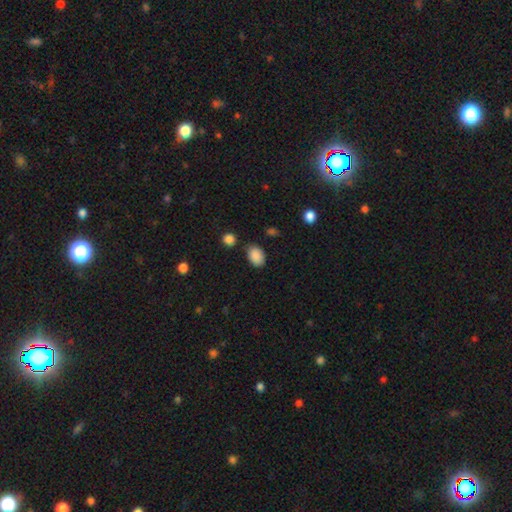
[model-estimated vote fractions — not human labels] This appears to be a smooth galaxy with no disk features (88%) that is in between round and cigar-shaped (82%). Merging: none (79%).